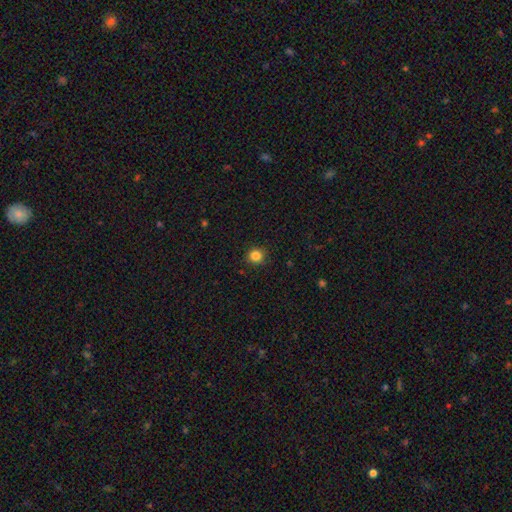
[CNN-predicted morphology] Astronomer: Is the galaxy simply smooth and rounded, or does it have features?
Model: smooth — 84%.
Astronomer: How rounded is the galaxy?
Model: round — 91%.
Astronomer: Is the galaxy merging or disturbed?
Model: none — 90%.